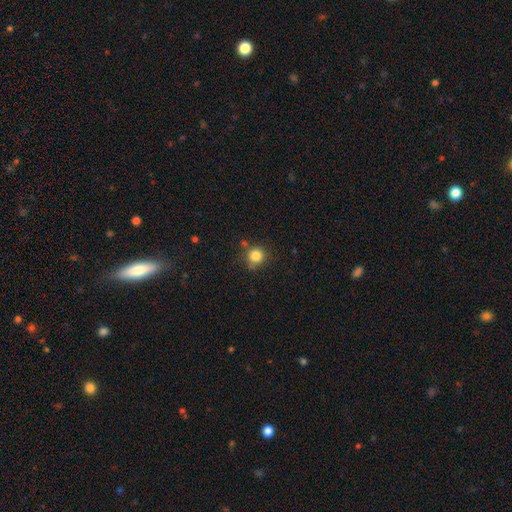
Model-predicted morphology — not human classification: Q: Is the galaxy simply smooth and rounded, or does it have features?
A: smooth — 83%.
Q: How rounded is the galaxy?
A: round — 90%.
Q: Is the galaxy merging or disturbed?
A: none — 74%.